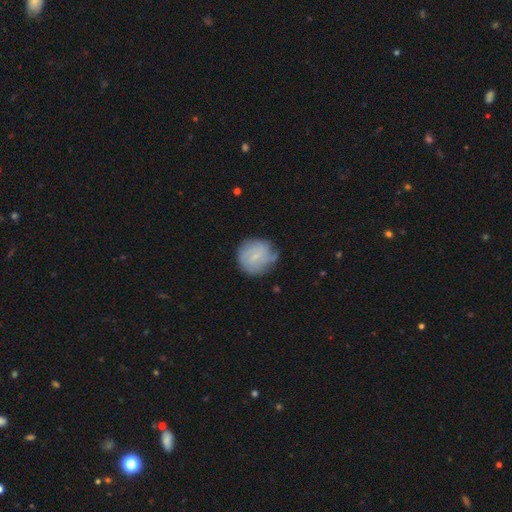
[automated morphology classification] smooth-or-featured: smooth: 48% | featured or disk: 44% | star or artifact: 8%
  merging: none: 62% | minor disturbance: 26% | major disturbance: 9% | merger: 3%